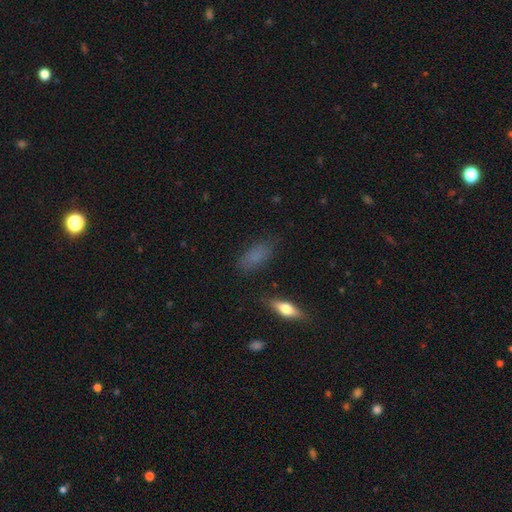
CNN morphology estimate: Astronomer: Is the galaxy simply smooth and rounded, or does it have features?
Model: smooth — 77%.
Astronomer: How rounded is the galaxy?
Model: in between — 80%.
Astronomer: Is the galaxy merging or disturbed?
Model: none — 77%.